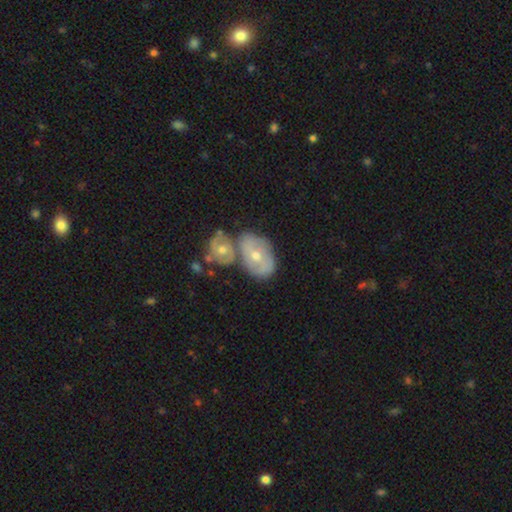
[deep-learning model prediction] smooth_or_featured: featured or disk (p=0.59) [alt: smooth p=0.32]
disk_edge_on: no (p=0.94) [alt: yes p=0.06]
bar: no (p=0.71) [alt: weak p=0.22]
has_spiral_arms: yes (p=0.66) [alt: no p=0.34]
bulge_size: moderate (p=0.59) [alt: small p=0.37]
merging: merger (p=0.47) [alt: none p=0.37]